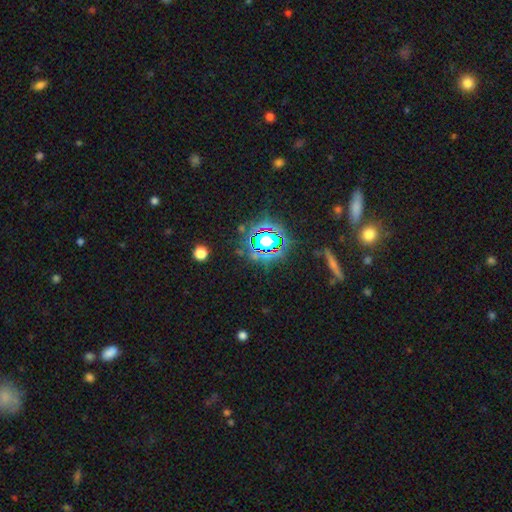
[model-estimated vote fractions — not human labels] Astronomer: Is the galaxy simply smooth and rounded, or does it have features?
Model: star or artifact — 75%.